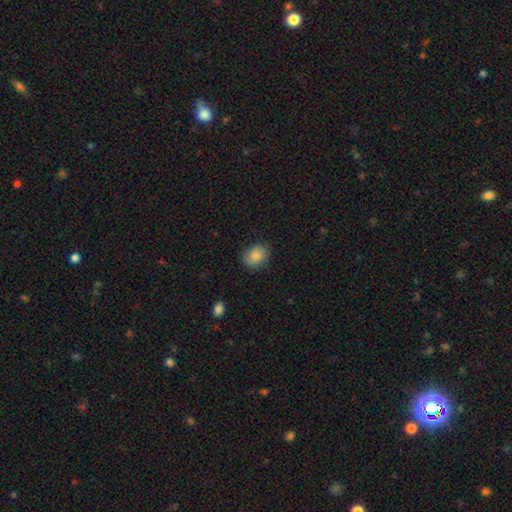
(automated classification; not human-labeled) Smooth or featured? Predicted: smooth (p=0.83). How rounded? Predicted: round (p=0.50). Merging? Predicted: none (p=0.75).